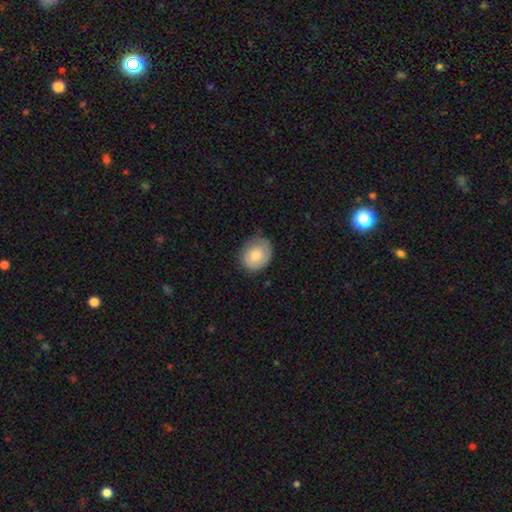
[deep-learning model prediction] smooth_or_featured: smooth (p=0.74) [alt: featured or disk p=0.20]
how_rounded: round (p=0.53) [alt: in between p=0.47]
merging: none (p=0.70) [alt: minor disturbance p=0.23]